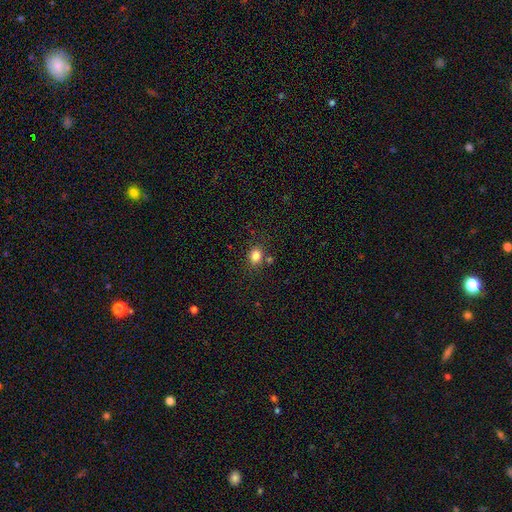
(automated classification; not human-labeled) Smooth or featured?
  - smooth: 82% *
  - star or artifact: 12%
  - featured or disk: 6%
How rounded?
  - round: 57% *
  - in between: 42%
  - cigar-shaped: 1%
Merging?
  - none: 76% *
  - minor disturbance: 11%
  - merger: 9%
  - major disturbance: 3%